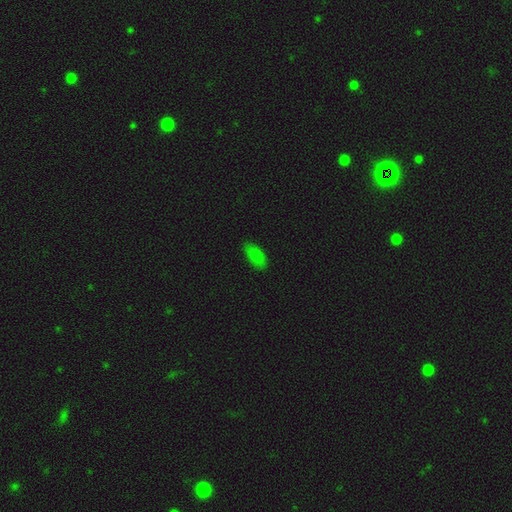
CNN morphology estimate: smooth 84%, star or artifact 10%, featured or disk 6%. Down the decision tree: how rounded — in between (89%); merging — none (82%).